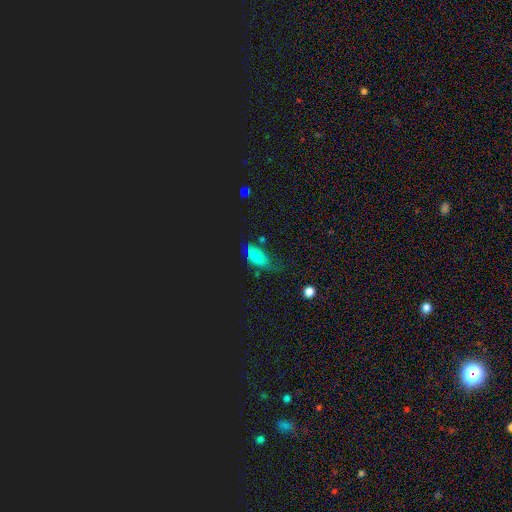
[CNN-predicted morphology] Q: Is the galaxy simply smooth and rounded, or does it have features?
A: smooth — 57%.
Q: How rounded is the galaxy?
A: in between — 84%.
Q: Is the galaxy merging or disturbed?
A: none — 40%.